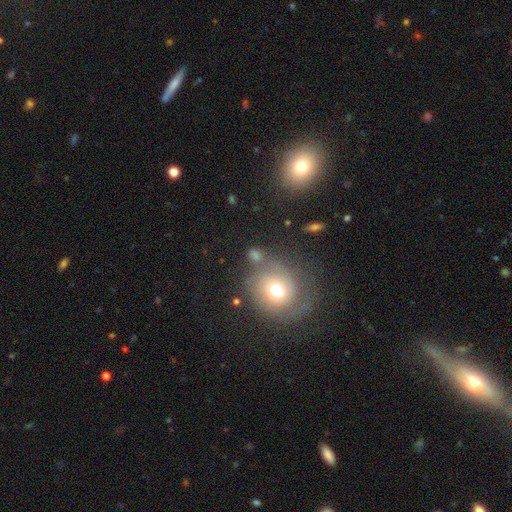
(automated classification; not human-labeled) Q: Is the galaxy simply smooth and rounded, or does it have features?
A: smooth — 54%.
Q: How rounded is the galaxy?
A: round — 70%.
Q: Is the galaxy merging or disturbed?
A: none — 59%.